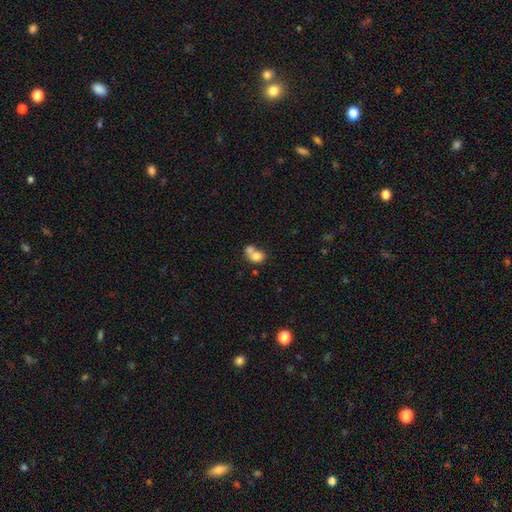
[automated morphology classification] smooth-or-featured: smooth: 74% | featured or disk: 17% | star or artifact: 9%
  how-rounded: round: 52% | in between: 47% | cigar-shaped: 1%
  merging: merger: 65% | none: 23% | minor disturbance: 8% | major disturbance: 5%